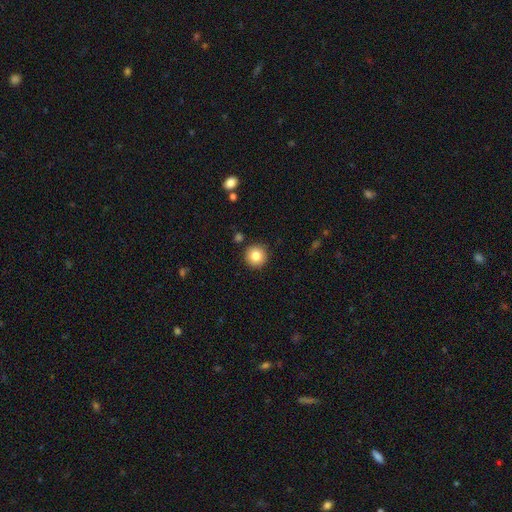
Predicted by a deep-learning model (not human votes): Q: Smooth or featured?
A: smooth (83%); runner-up: star or artifact (10%)
Q: How rounded?
A: round (95%); runner-up: in between (4%)
Q: Merging?
A: none (90%); runner-up: minor disturbance (6%)